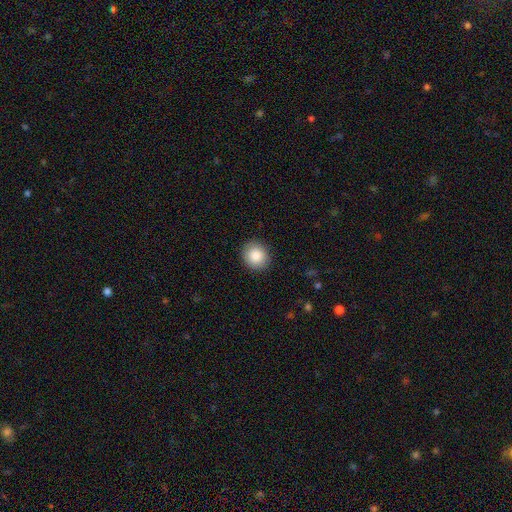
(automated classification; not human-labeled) This is clearly a smooth galaxy (86%). How rounded: clearly round (80%). Merging: clearly none (90%).